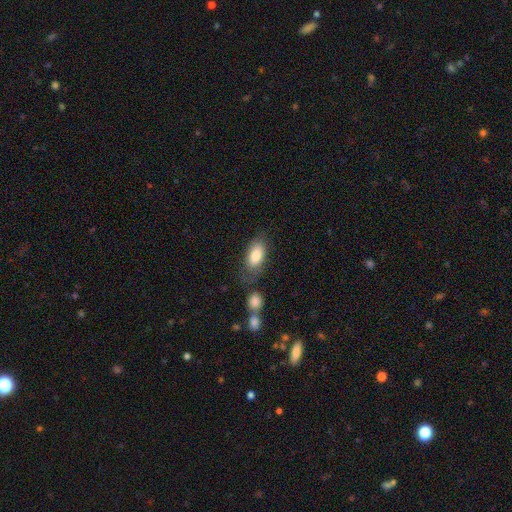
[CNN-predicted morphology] This is clearly a smooth galaxy (82%). How rounded: clearly in between (92%). Merging: likely none (61%).